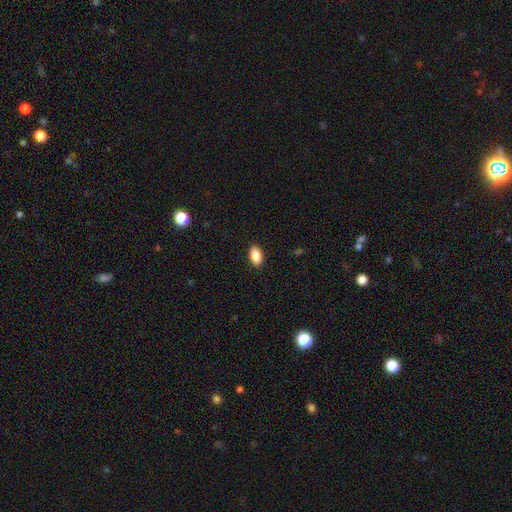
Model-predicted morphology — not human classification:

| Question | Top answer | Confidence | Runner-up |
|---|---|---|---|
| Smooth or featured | smooth | 88% | star or artifact (8%) |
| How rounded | in between | 92% | round (5%) |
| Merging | none | 89% | minor disturbance (8%) |